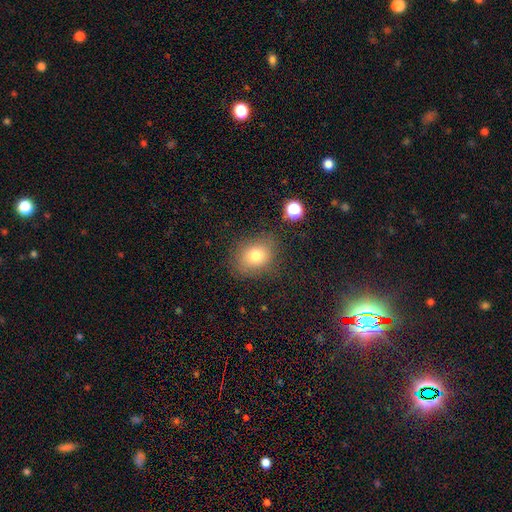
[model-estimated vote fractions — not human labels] This is likely a smooth galaxy (77%). How rounded: possibly round (51%). Merging: likely none (80%).